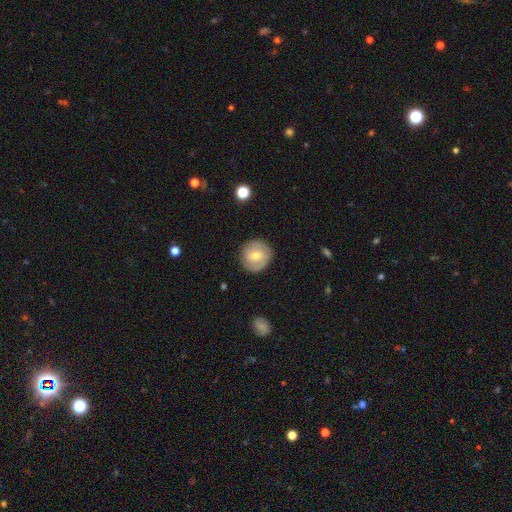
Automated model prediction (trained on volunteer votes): This is possibly a smooth galaxy (47%). Merging: clearly none (84%).